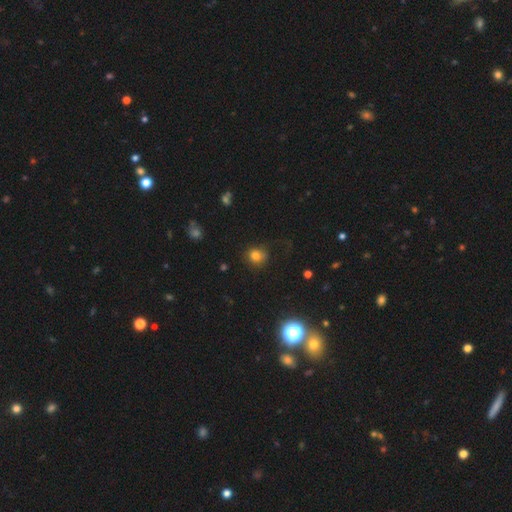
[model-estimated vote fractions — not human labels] Smooth or featured: smooth — 76% (star or artifact — 16%)
How rounded: round — 82% (in between — 17%)
Merging: none — 75% (minor disturbance — 17%)